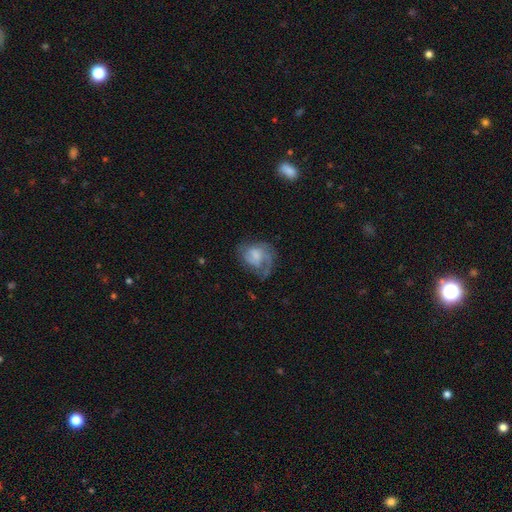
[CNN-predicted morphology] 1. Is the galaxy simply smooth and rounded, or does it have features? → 61% featured or disk, 31% smooth, 8% star or artifact.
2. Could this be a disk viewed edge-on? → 98% no, 2% yes.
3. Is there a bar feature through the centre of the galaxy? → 54% no, 39% weak, 8% strong.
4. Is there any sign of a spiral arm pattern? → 82% yes, 18% no.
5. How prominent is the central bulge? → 35% none, 25% small, 25% moderate, 12% large, 2% dominant.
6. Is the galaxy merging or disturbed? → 43% none, 30% major disturbance, 25% minor disturbance, 2% merger.